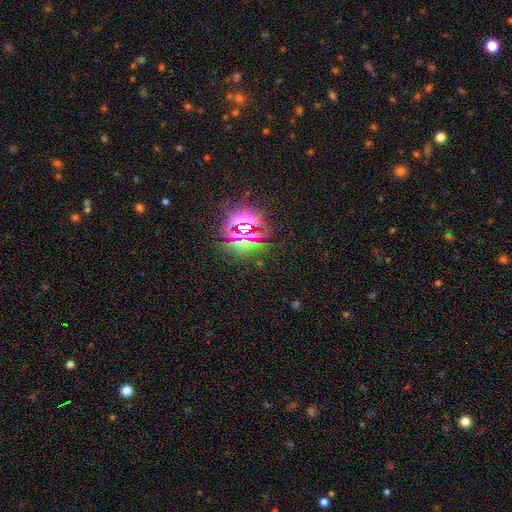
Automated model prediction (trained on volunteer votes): Smooth or featured? star or artifact (82%)